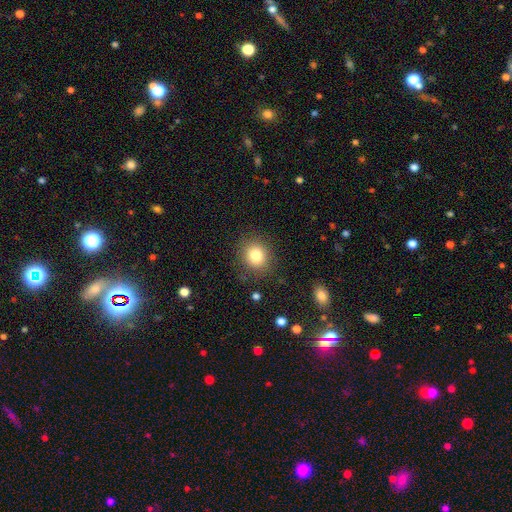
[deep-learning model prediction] Smooth or featured?
  - smooth: 81% *
  - star or artifact: 11%
  - featured or disk: 8%
How rounded?
  - round: 78% *
  - in between: 22%
  - cigar-shaped: 1%
Merging?
  - none: 86% *
  - minor disturbance: 9%
  - major disturbance: 3%
  - merger: 1%